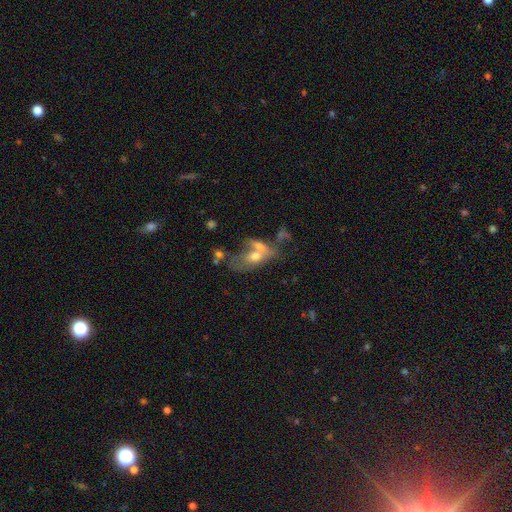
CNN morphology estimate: Smooth or featured? Predicted: smooth (p=0.49). Merging? Predicted: merger (p=0.55).